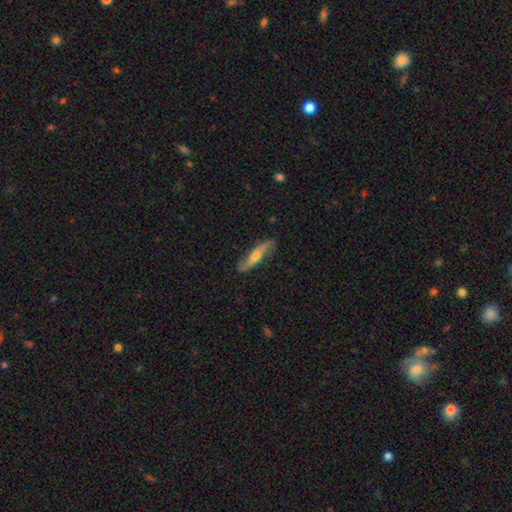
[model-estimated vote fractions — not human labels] Smooth or featured: featured or disk — 59% (smooth — 36%)
Edge-on disk: no — 56% (yes — 44%)
Merging: none — 81% (minor disturbance — 14%)